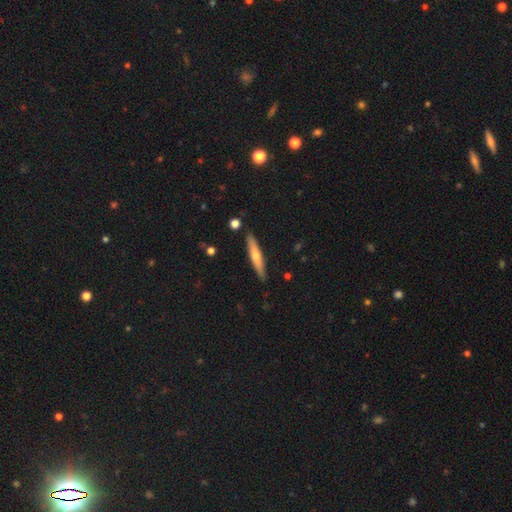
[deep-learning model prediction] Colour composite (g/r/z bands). It shows a smooth galaxy with no disk features (54%) that is cigar-shaped (91%). Merging: none (89%).